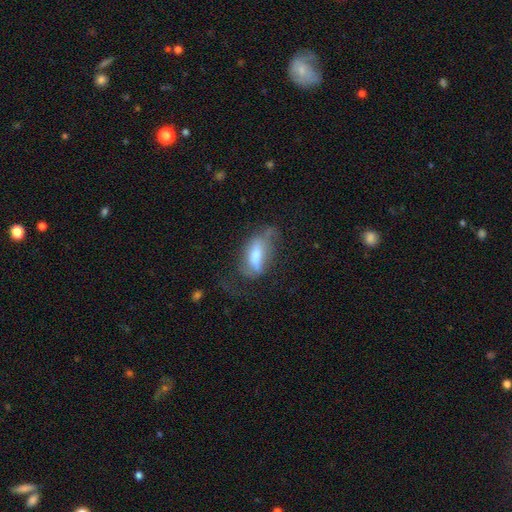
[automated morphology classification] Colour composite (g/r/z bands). It shows a smooth galaxy with no disk features (54%) that is in between round and cigar-shaped (71%). Merging: major disturbance (38%).